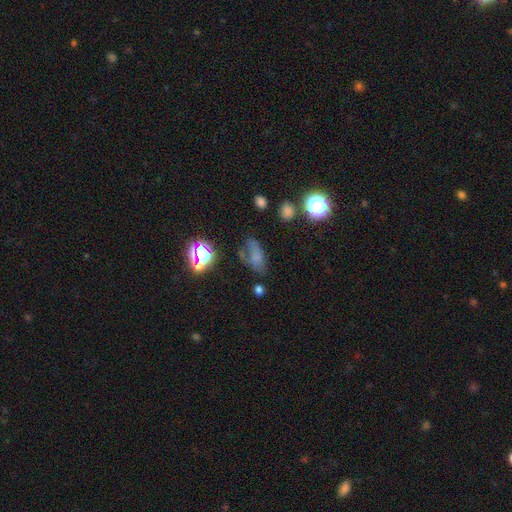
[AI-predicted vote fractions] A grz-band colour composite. It shows a smooth galaxy with no disk features (58%) that is in between round and cigar-shaped (82%). Merging: none (48%).